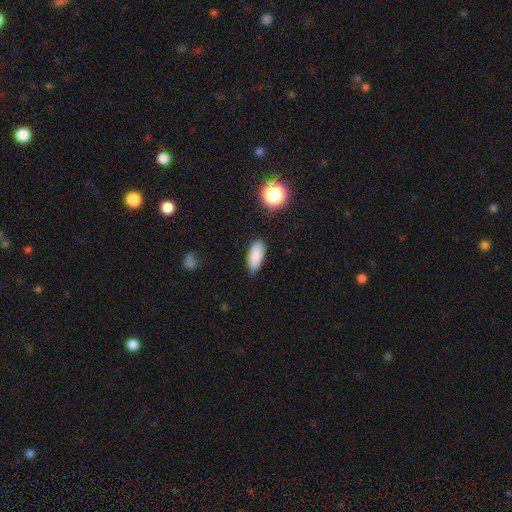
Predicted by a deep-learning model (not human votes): Smooth or featured? smooth (86%)
How rounded? in between (82%)
Merging? none (80%)